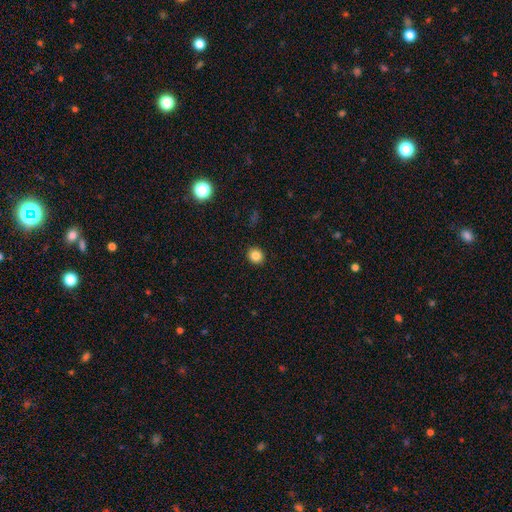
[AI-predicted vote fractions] Morphology: type=smooth (84%); roundness=round (84%); merging=none (92%).